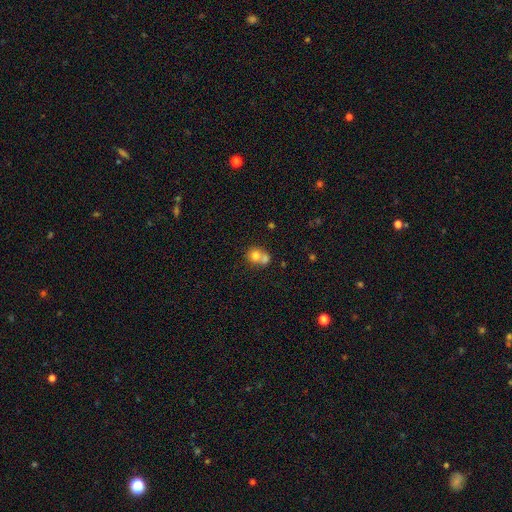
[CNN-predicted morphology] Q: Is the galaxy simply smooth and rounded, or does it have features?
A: smooth — 75%.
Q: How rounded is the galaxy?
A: round — 79%.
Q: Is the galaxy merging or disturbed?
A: merger — 60%.